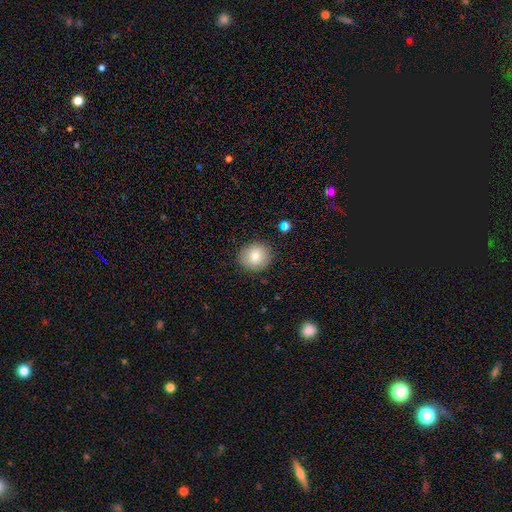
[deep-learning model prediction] The model was most divided on "how rounded": round: 84%, in between: 15%, cigar-shaped: 1%. More confident: merging — none (88%); smooth or featured — smooth (81%).